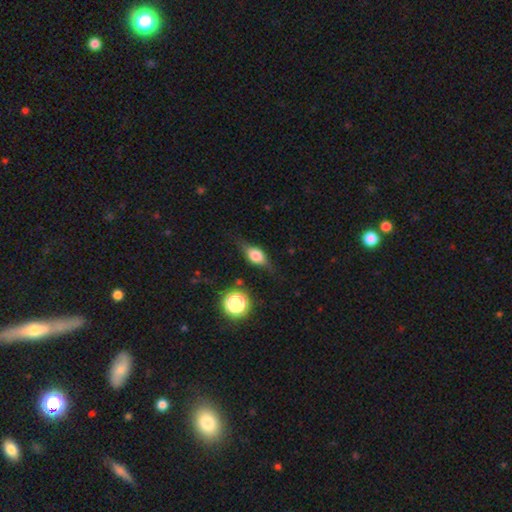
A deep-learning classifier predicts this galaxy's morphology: Smooth or featured? Predicted: smooth (p=0.48). Merging? Predicted: none (p=0.71).